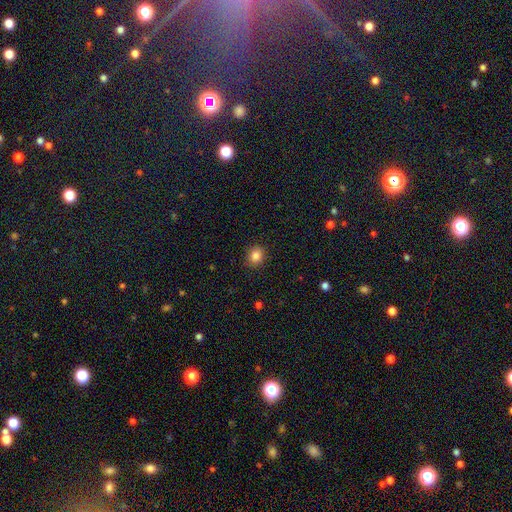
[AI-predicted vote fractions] Overall: smooth (85%). How rounded: round (70%). Merging: none (87%).